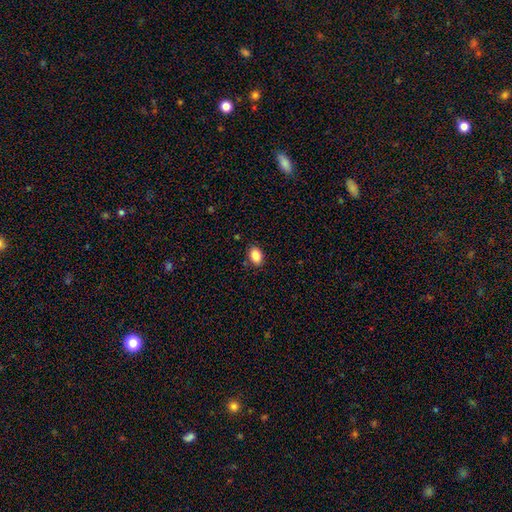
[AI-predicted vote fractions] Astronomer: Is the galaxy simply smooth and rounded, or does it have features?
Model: smooth — 87%.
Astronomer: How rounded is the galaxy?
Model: in between — 83%.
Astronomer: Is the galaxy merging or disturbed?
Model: none — 87%.